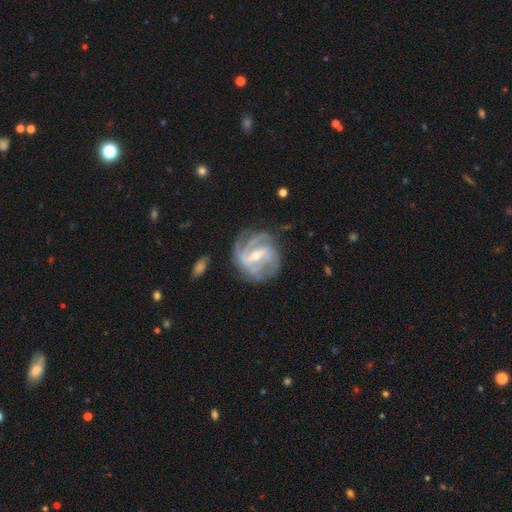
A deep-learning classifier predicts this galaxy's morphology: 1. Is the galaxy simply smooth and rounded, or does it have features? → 90% featured or disk, 5% smooth, 5% star or artifact.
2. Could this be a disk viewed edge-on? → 97% no, 3% yes.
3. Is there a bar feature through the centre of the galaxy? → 53% strong, 37% weak, 10% no.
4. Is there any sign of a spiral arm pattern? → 96% yes, 4% no.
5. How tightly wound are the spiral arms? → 46% tight, 42% medium, 12% loose.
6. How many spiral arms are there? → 35% 3, 29% 2, 15% can't tell, 12% 4, 5% 1, 4% more than 4.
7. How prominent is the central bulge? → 49% small, 48% moderate, 2% large, 1% none, 1% dominant.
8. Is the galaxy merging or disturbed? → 70% none, 18% minor disturbance, 10% major disturbance, 2% merger.